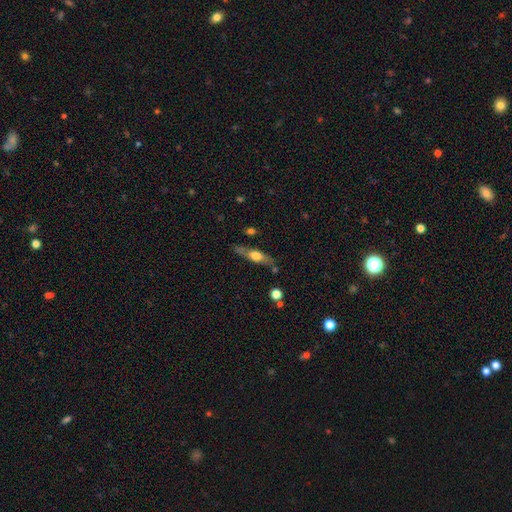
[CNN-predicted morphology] The model was most divided on "smooth or featured": featured or disk: 48%, smooth: 46%, star or artifact: 7%. More confident: merging — none (71%).